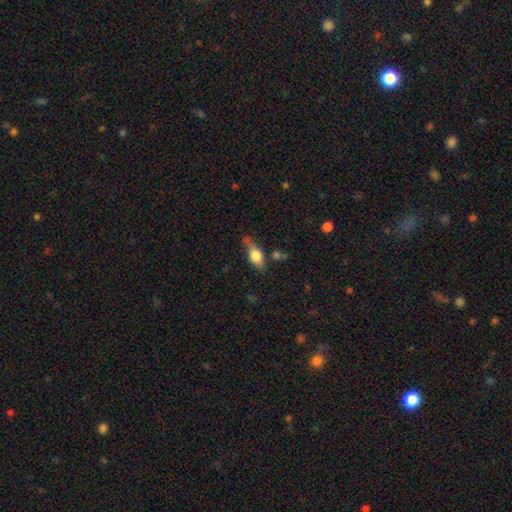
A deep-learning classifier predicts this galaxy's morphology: smooth-or-featured: smooth: 66% | featured or disk: 27% | star or artifact: 8%
  how-rounded: in between: 72% | cigar-shaped: 22% | round: 6%
  merging: none: 59% | minor disturbance: 26% | major disturbance: 8% | merger: 7%